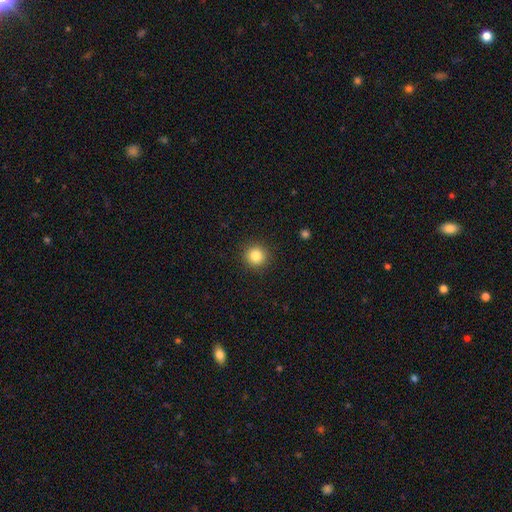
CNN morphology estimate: A smooth galaxy with no disk features (84%) that is round (94%). Merging: none (92%).